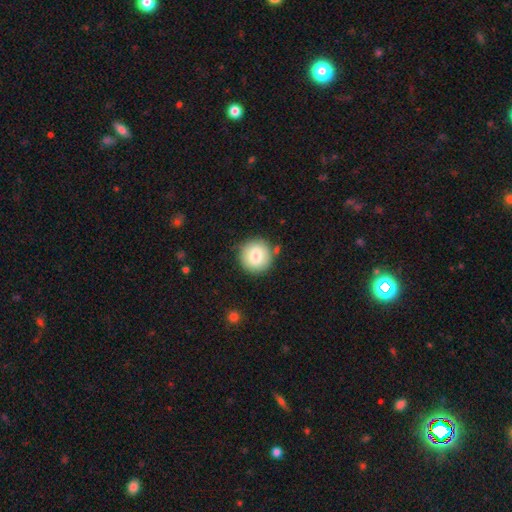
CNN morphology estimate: The model was most divided on "smooth or featured": smooth: 82%, featured or disk: 10%, star or artifact: 8%. More confident: how rounded — round (94%); merging — none (85%).